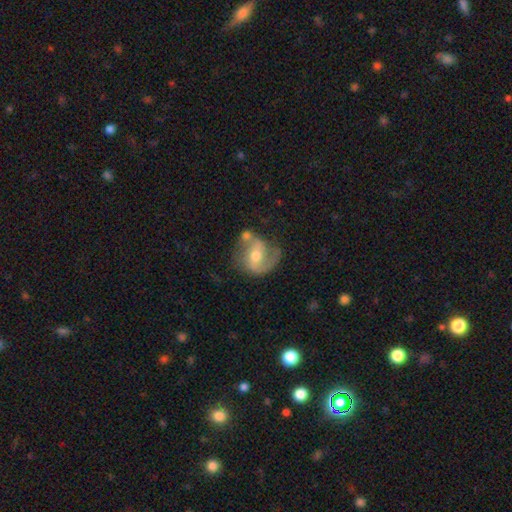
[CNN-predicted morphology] Q: Smooth or featured?
A: featured or disk (72%); runner-up: smooth (21%)
Q: Edge-on disk?
A: no (97%); runner-up: yes (3%)
Q: Bar?
A: weak (46%); runner-up: no (30%)
Q: Spiral arms?
A: yes (86%); runner-up: no (14%)
Q: Spiral winding?
A: medium (46%); runner-up: loose (37%)
Q: Spiral arm count?
A: 2 (68%); runner-up: 1 (20%)
Q: Bulge size?
A: moderate (65%); runner-up: small (28%)
Q: Merging?
A: none (48%); runner-up: minor disturbance (24%)